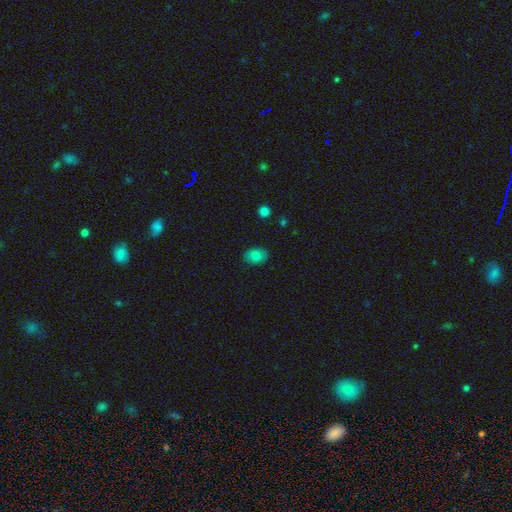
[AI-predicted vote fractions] Smooth or featured? smooth (79%)
How rounded? in between (75%)
Merging? none (86%)